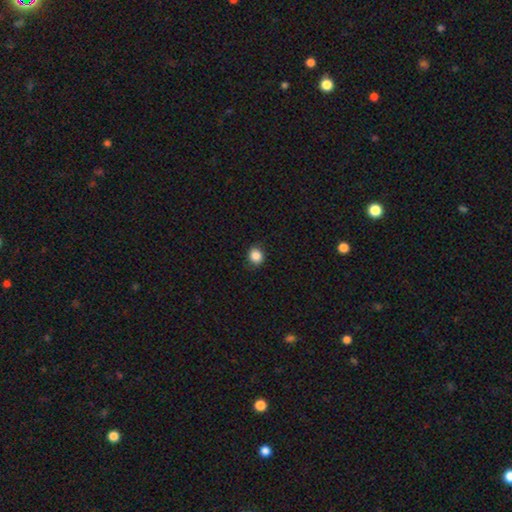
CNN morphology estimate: A smooth galaxy with no disk features (86%) that is round (84%). Merging: none (86%).